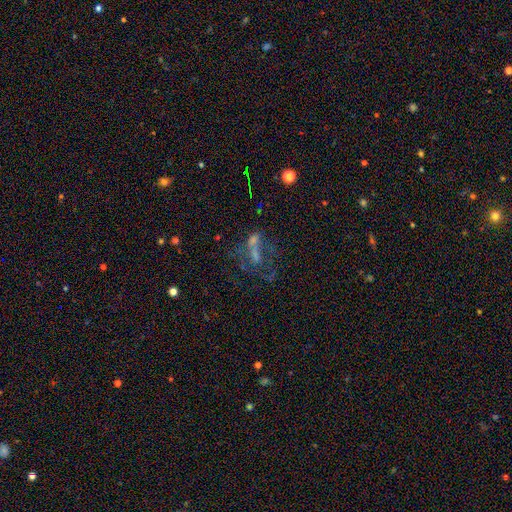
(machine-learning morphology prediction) smooth_or_featured: featured or disk (p=0.46) [alt: star or artifact p=0.29]
merging: none (p=0.32) [alt: major disturbance p=0.28]